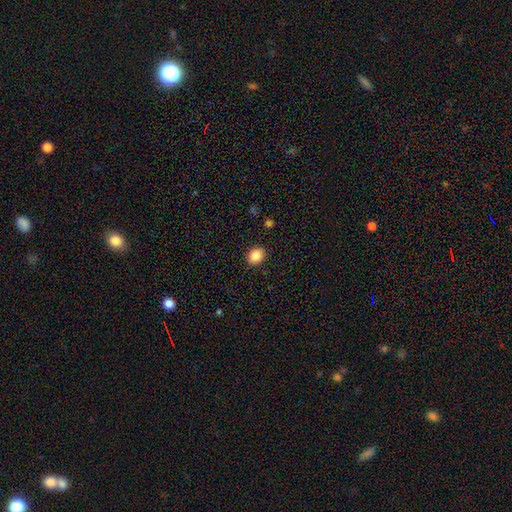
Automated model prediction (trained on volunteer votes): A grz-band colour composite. It shows a smooth galaxy with no disk features (87%) that is round (52%). Merging: none (89%).